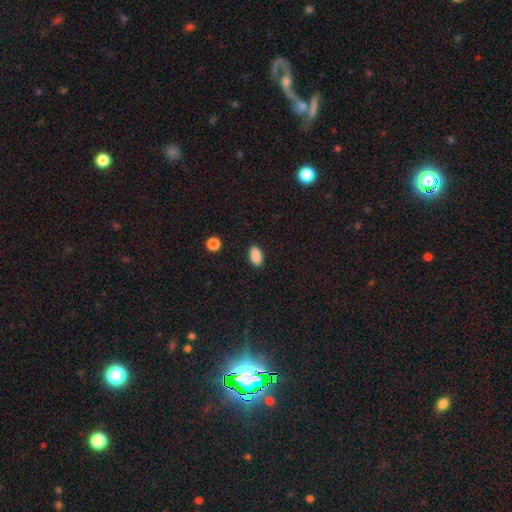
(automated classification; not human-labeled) smooth_or_featured: smooth (p=0.89) [alt: star or artifact p=0.08]
how_rounded: in between (p=0.92) [alt: round p=0.06]
merging: none (p=0.89) [alt: minor disturbance p=0.08]